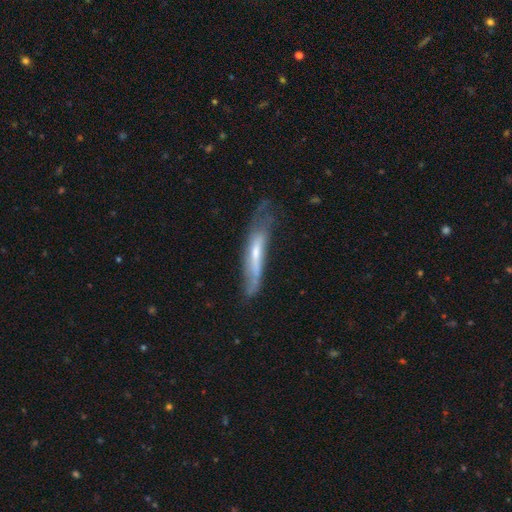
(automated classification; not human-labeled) The model was most divided on "merging": none: 47%, minor disturbance: 30%, major disturbance: 20%, merger: 3%. More confident: edge-on disk — yes (62%); smooth or featured — featured or disk (57%).